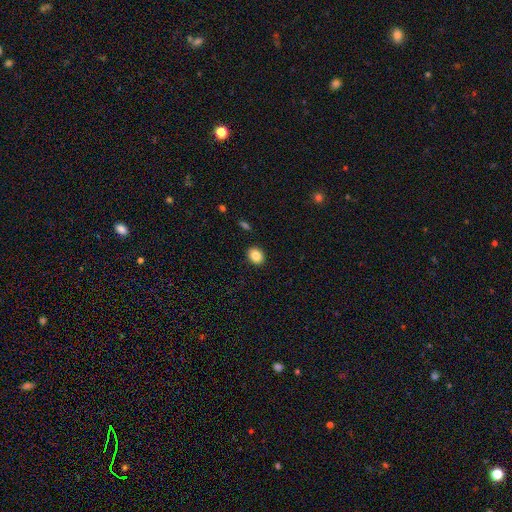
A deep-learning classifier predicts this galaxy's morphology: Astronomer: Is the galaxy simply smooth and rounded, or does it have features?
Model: smooth — 85%.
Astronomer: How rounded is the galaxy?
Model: round — 50% (runner-up: in between, 49%).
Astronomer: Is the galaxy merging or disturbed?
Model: none — 91%.